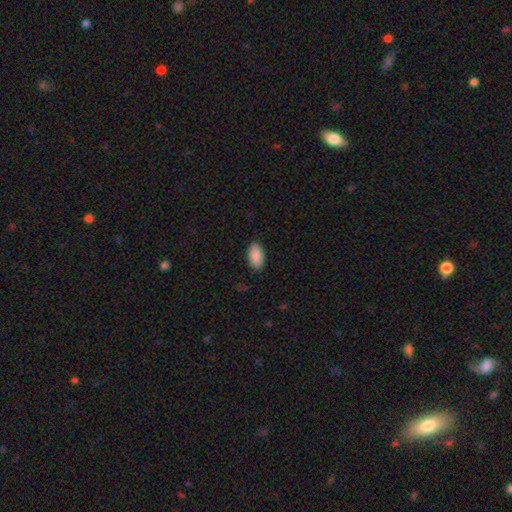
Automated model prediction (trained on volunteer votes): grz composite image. It shows a smooth galaxy with no disk features (90%) that is in between round and cigar-shaped (95%). Merging: none (87%).